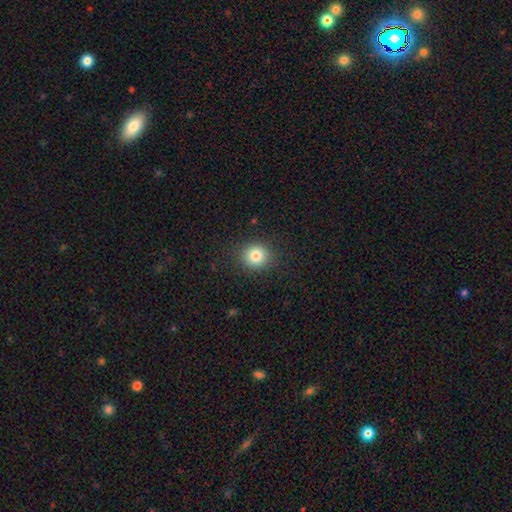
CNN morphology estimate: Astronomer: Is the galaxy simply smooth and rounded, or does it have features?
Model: smooth — 81%.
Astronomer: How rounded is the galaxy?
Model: round — 88%.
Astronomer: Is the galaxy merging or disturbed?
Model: none — 89%.